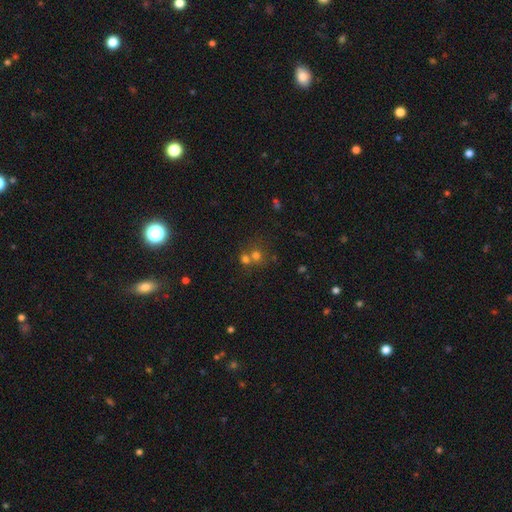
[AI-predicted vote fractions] smooth_or_featured: smooth (p=0.66) [alt: star or artifact p=0.21]
how_rounded: round (p=0.85) [alt: in between p=0.14]
merging: none (p=0.46) [alt: merger p=0.45]